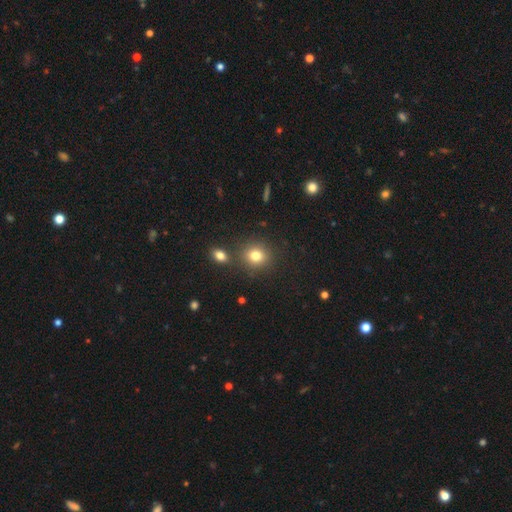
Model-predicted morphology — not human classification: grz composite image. It shows a smooth galaxy with no disk features (80%) that is round (79%). Merging: none (80%).